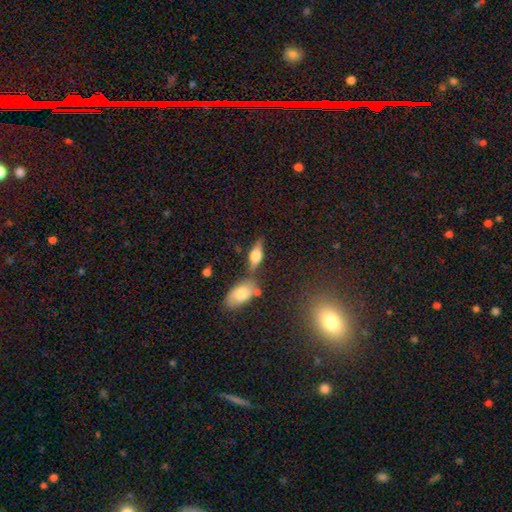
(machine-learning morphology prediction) Smooth or featured: smooth — 49% (featured or disk — 43%)
Merging: none — 65% (merger — 16%)